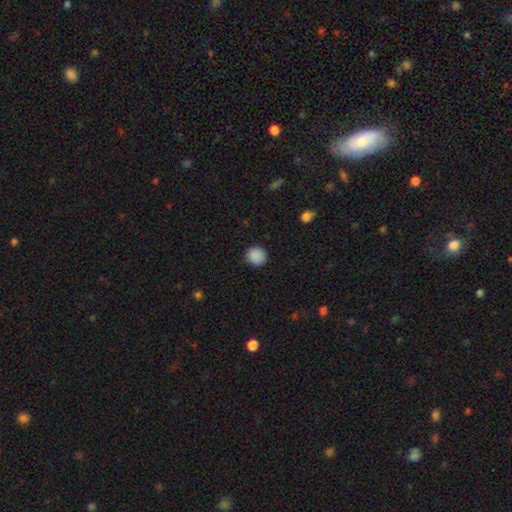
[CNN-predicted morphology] Smooth or featured?
  - smooth: 89% *
  - star or artifact: 8%
  - featured or disk: 2%
How rounded?
  - round: 89% *
  - in between: 10%
  - cigar-shaped: 1%
Merging?
  - none: 89% *
  - minor disturbance: 8%
  - major disturbance: 2%
  - merger: 1%